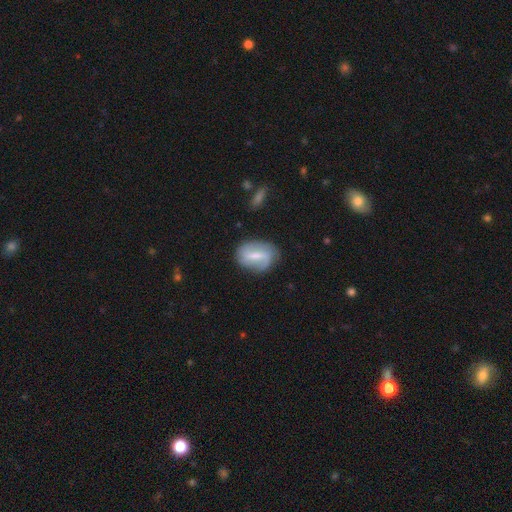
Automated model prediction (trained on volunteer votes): Morphology: type=featured or disk (63%); edge-on=no (96%); bar=weak (45%); spiral arms=yes (78%); bulge=small (45%); merging=none (74%).